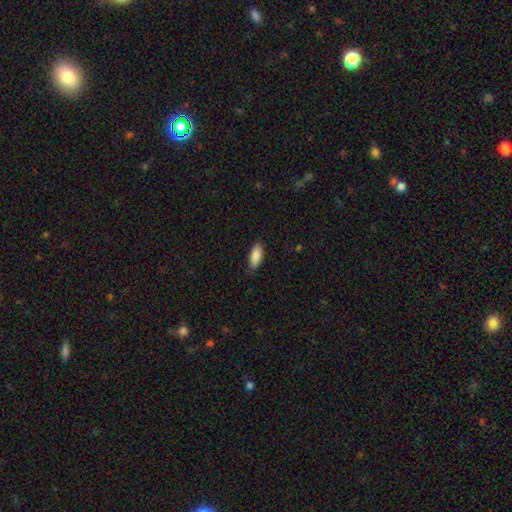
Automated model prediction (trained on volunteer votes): Morphology: type=smooth (88%); roundness=in between (85%); merging=none (83%).